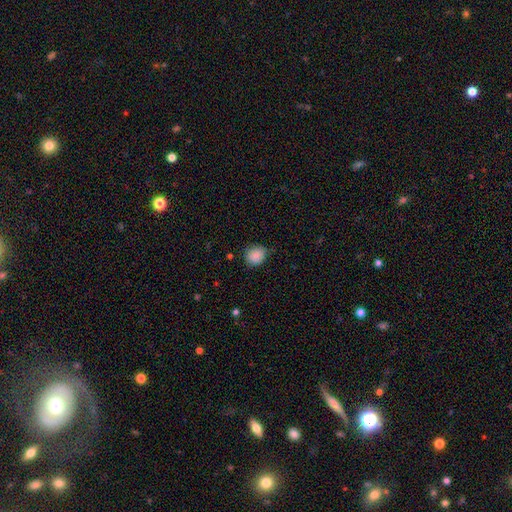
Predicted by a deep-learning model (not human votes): Morphology: type=smooth (85%); roundness=round (70%); merging=none (69%).